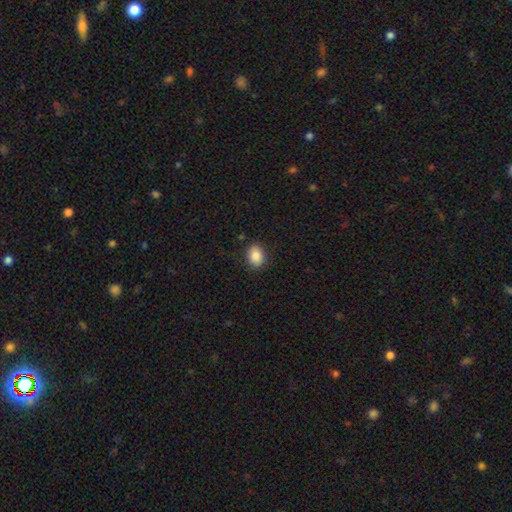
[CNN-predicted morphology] A smooth galaxy with no disk features (86%) that is in between round and cigar-shaped (63%).

Vote fractions:
- Smooth or featured? smooth: 86% / star or artifact: 8% / featured or disk: 6%
- How rounded? in between: 63% / round: 36% / cigar-shaped: 1%
- Merging? none: 87% / minor disturbance: 10% / major disturbance: 3% / merger: 1%